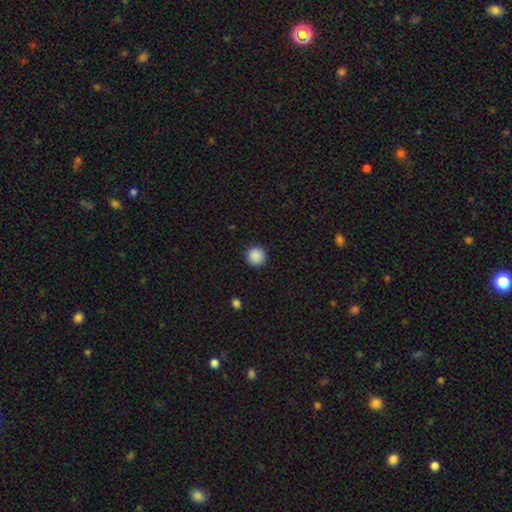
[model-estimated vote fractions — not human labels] smooth_or_featured: smooth (p=0.89) [alt: star or artifact p=0.09]
how_rounded: round (p=0.96) [alt: in between p=0.03]
merging: none (p=0.93) [alt: minor disturbance p=0.05]